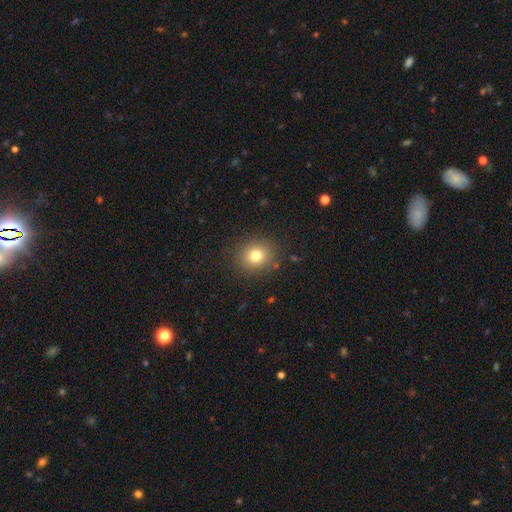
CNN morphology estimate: Smooth or featured? smooth (78%)
How rounded? round (79%)
Merging? none (87%)